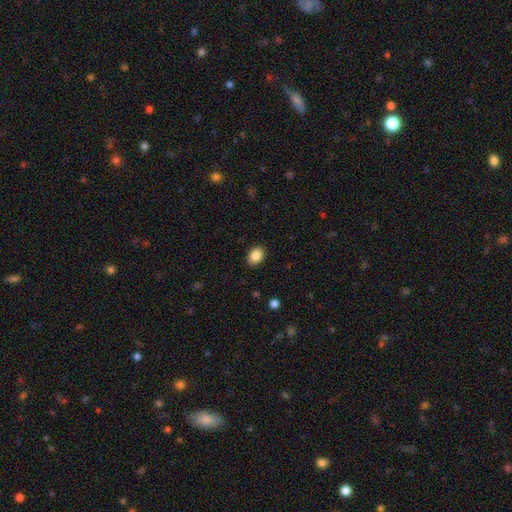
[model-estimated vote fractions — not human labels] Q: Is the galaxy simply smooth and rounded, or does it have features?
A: smooth — 87%.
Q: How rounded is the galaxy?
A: in between — 66%.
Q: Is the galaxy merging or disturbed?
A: none — 89%.